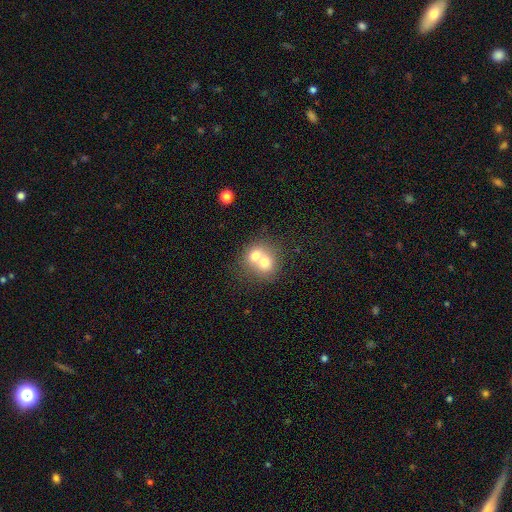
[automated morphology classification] Overall: smooth (66%). How rounded: round (72%). Merging: merger (69%).